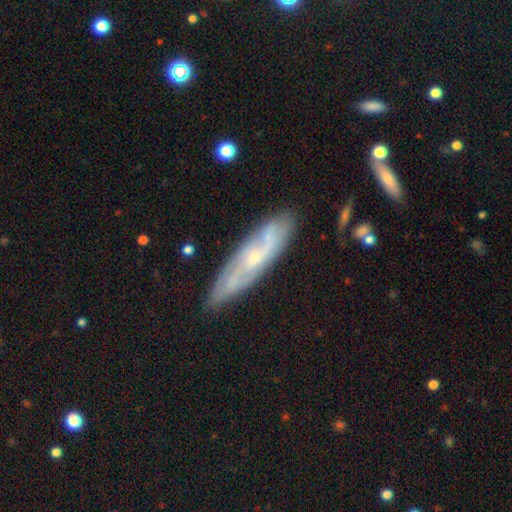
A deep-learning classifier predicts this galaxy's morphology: Q: Smooth or featured?
A: featured or disk (72%); runner-up: smooth (21%)
Q: Edge-on disk?
A: no (70%); runner-up: yes (30%)
Q: Bar?
A: no (60%); runner-up: weak (32%)
Q: Spiral arms?
A: yes (88%); runner-up: no (12%)
Q: Bulge size?
A: small (70%); runner-up: moderate (24%)
Q: Merging?
A: none (80%); runner-up: minor disturbance (14%)